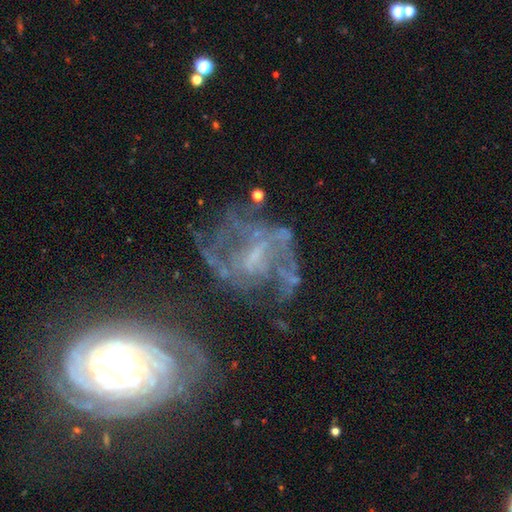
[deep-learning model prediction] Smooth or featured? Predicted: featured or disk (p=0.74). Edge-on disk? Predicted: no (p=0.96). Bar? Predicted: weak (p=0.41). Spiral arms? Predicted: yes (p=0.72). Spiral winding? Predicted: medium (p=0.38). Spiral arm count? Predicted: can't tell (p=0.48). Bulge size? Predicted: none (p=0.43). Merging? Predicted: none (p=0.46).